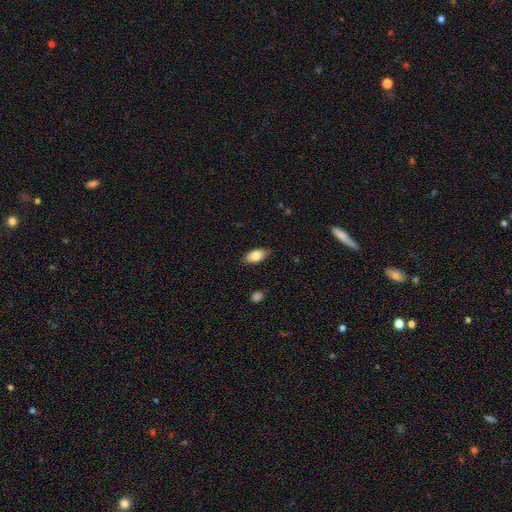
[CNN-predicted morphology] A smooth galaxy with no disk features (83%) that is in between round and cigar-shaped (92%).

Vote fractions:
- Smooth or featured? smooth: 83% / featured or disk: 11% / star or artifact: 7%
- How rounded? in between: 92% / cigar-shaped: 4% / round: 4%
- Merging? none: 85% / minor disturbance: 12% / major disturbance: 2% / merger: 1%